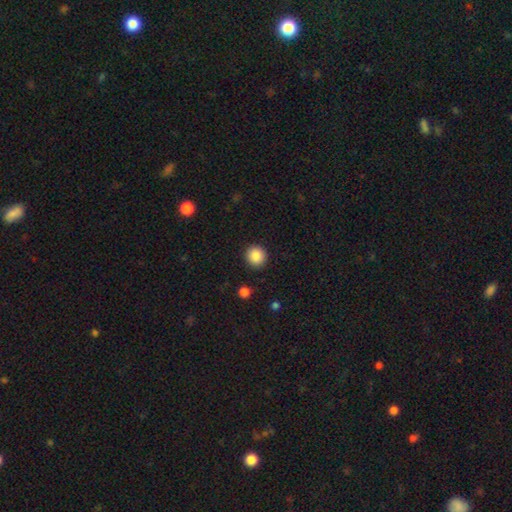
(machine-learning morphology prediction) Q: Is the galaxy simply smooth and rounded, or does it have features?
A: smooth — 87%.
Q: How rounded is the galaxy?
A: round — 93%.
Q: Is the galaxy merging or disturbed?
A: none — 92%.